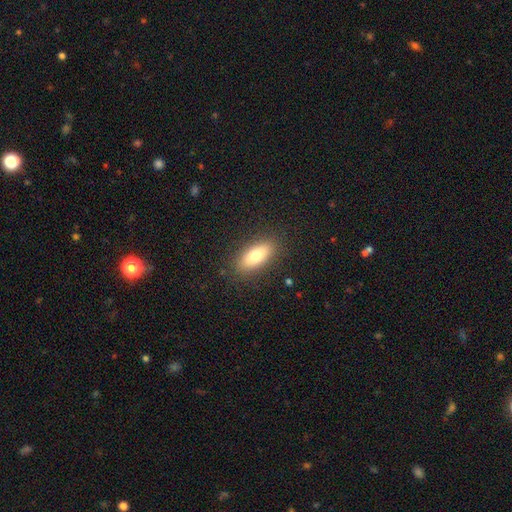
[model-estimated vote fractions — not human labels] Morphology: type=smooth (76%); roundness=in between (76%); merging=none (88%).